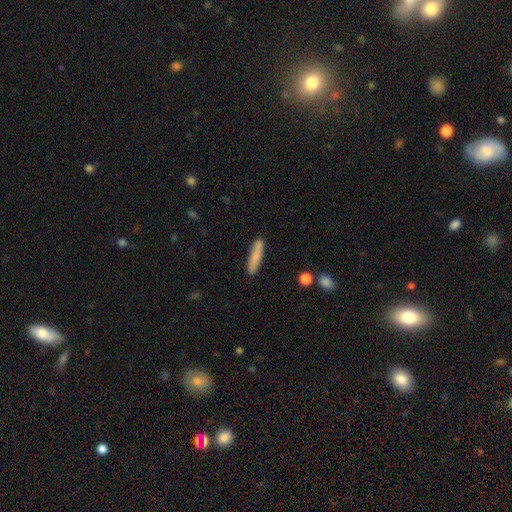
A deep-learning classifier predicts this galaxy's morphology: Smooth or featured?
  - smooth: 81% *
  - featured or disk: 12%
  - star or artifact: 7%
How rounded?
  - cigar-shaped: 88% *
  - in between: 11%
  - round: 1%
Merging?
  - none: 85% *
  - minor disturbance: 10%
  - merger: 3%
  - major disturbance: 2%